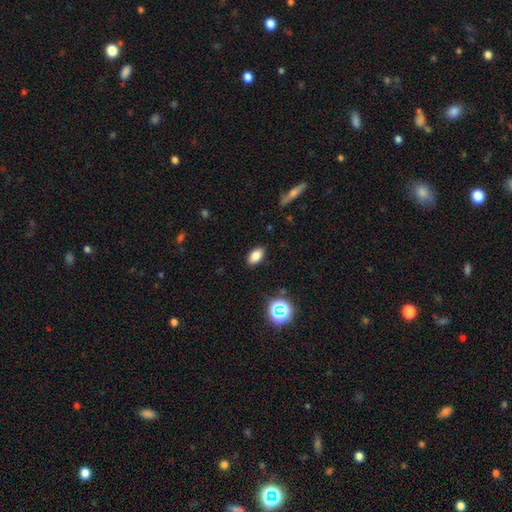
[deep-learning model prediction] Smooth or featured: smooth — 82% (star or artifact — 12%)
How rounded: in between — 90% (round — 7%)
Merging: none — 88% (minor disturbance — 8%)